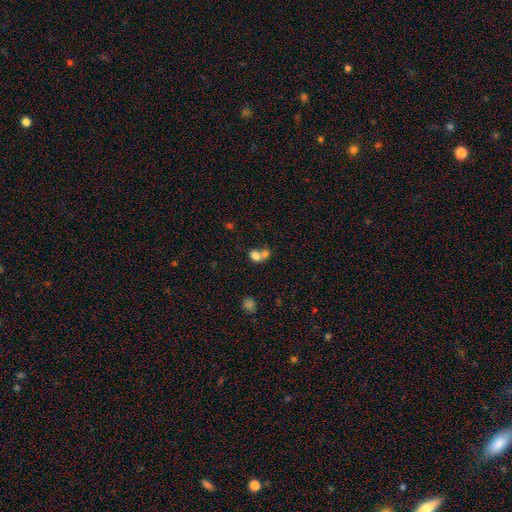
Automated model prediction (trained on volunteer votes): This appears to be a smooth galaxy with no disk features (77%) that is round (57%). Merging: merger (60%).